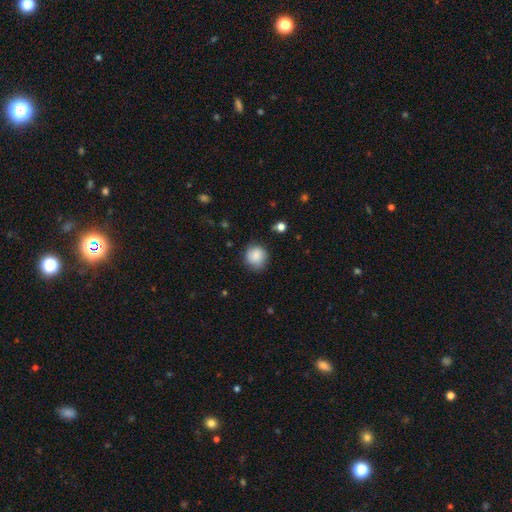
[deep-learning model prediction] smooth_or_featured: smooth (p=0.85) [alt: star or artifact p=0.08]
how_rounded: round (p=0.88) [alt: in between p=0.11]
merging: none (p=0.78) [alt: minor disturbance p=0.17]